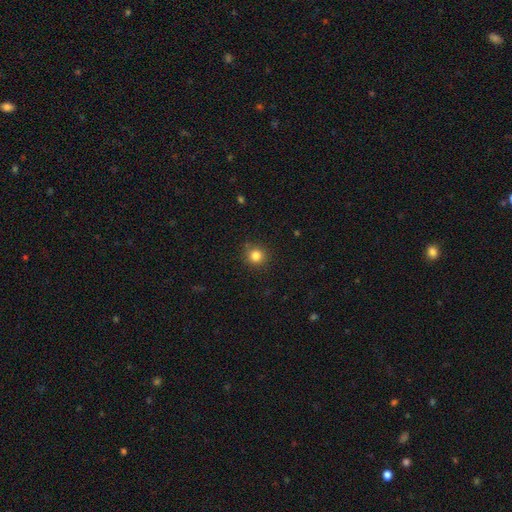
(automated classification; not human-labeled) Smooth or featured: smooth — 83% (star or artifact — 12%)
How rounded: round — 92% (in between — 7%)
Merging: none — 87% (minor disturbance — 9%)